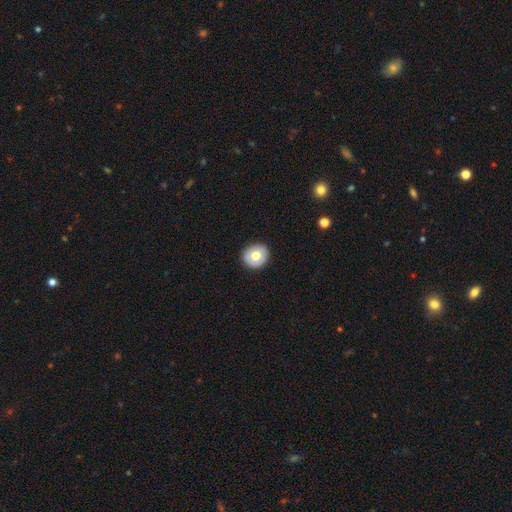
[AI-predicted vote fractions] Smooth or featured? Predicted: smooth (p=0.68). How rounded? Predicted: round (p=0.82). Merging? Predicted: none (p=0.90).